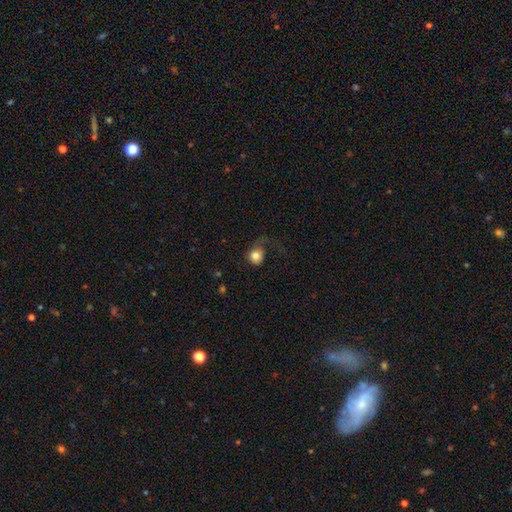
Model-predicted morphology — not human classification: smooth_or_featured: smooth (p=0.75) [alt: featured or disk p=0.16]
how_rounded: round (p=0.79) [alt: in between p=0.20]
merging: major disturbance (p=0.43) [alt: none p=0.35]